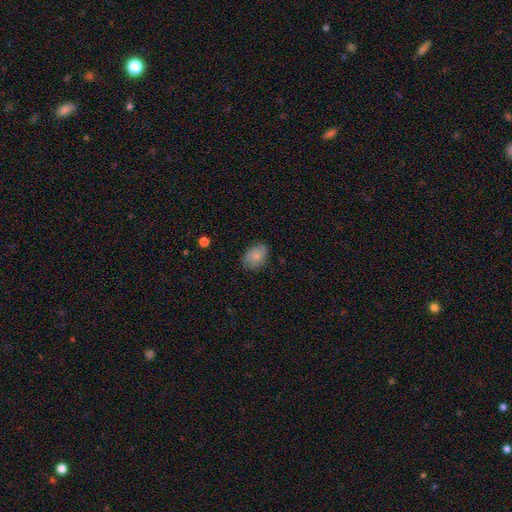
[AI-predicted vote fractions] This appears to be a smooth galaxy with no disk features (79%) that is in between round and cigar-shaped (79%). Merging: none (77%).